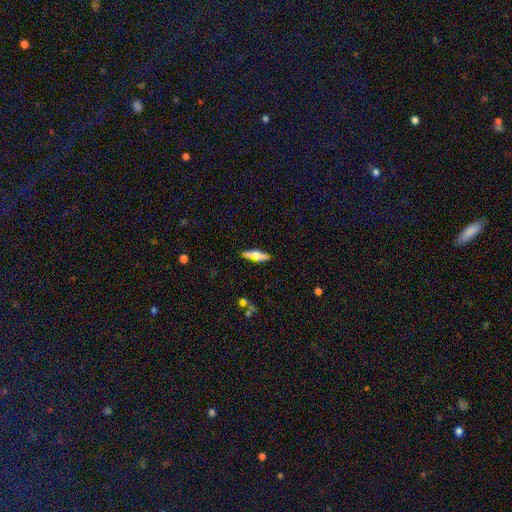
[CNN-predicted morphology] Overall: smooth (47%, tied with featured or disk). Merging: none (85%).